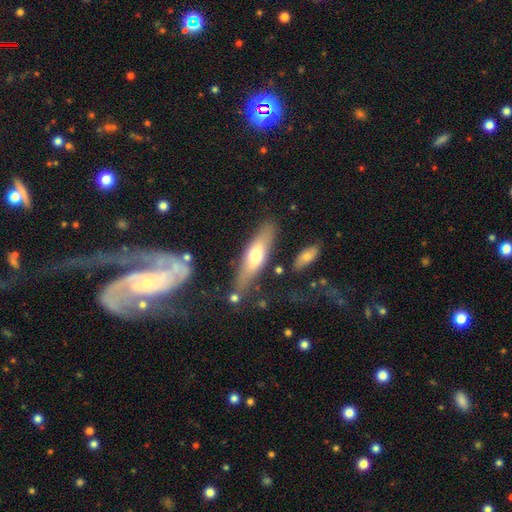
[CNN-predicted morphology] Overall: smooth (56%; featured or disk 37%). How rounded: cigar-shaped (59%; in between 39%). Merging: none (74%).